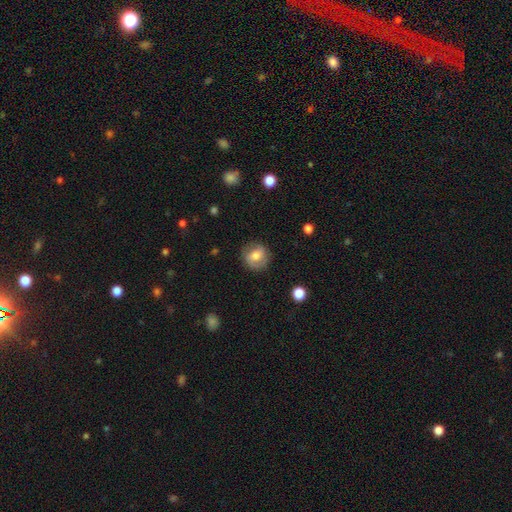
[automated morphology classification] Smooth or featured? smooth (59%)
How rounded? round (83%)
Merging? none (81%)